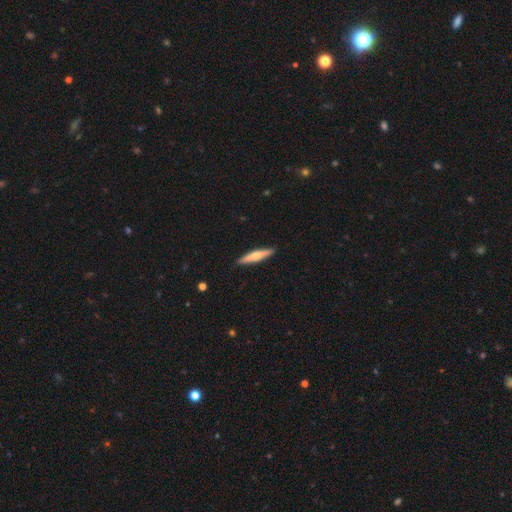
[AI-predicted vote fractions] A smooth galaxy with no disk features (52%) that is cigar-shaped (90%). Merging: none (91%).